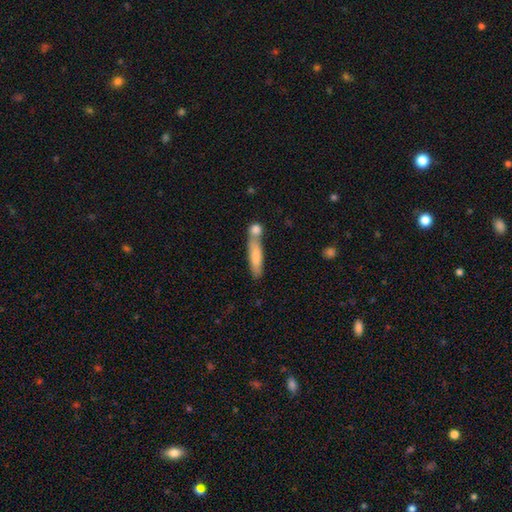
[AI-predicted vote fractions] Smooth or featured? smooth (74%)
How rounded? cigar-shaped (79%)
Merging? none (44%)